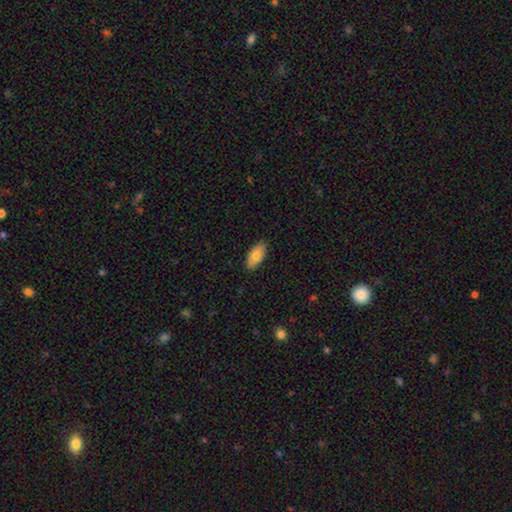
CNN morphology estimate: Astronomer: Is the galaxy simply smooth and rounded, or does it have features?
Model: smooth — 76%.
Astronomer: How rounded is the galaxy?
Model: in between — 90%.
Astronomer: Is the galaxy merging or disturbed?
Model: none — 86%.